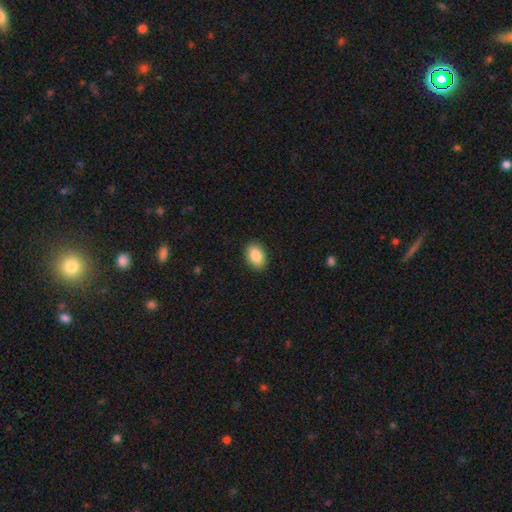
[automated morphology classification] Smooth or featured: smooth — 87% (star or artifact — 7%)
How rounded: in between — 87% (round — 12%)
Merging: none — 89% (minor disturbance — 8%)